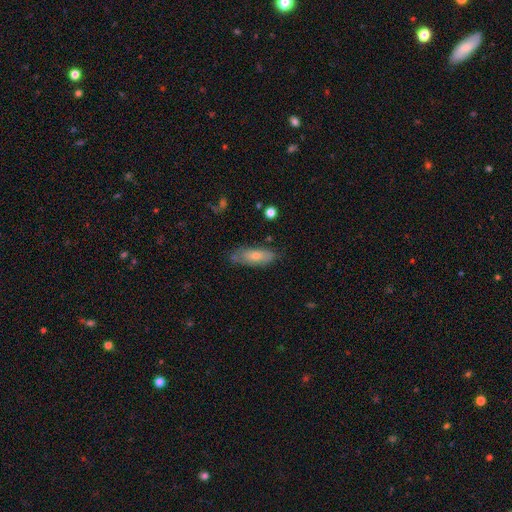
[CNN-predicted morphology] type=smooth (60%); roundness=in between (64%); merging=none (72%).